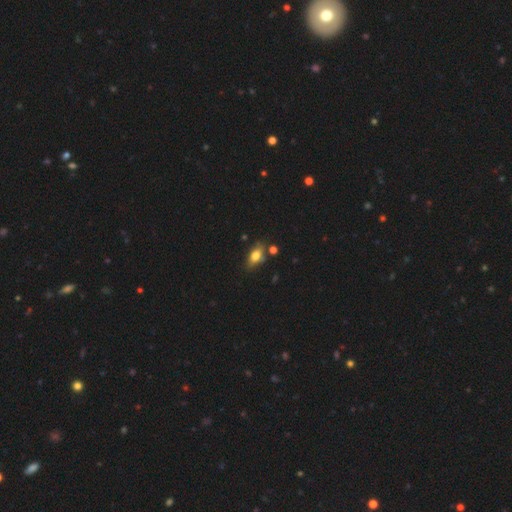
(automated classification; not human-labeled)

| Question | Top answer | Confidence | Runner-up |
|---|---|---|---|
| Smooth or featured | smooth | 71% | featured or disk (19%) |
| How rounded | in between | 83% | cigar-shaped (9%) |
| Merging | none | 67% | minor disturbance (19%) |